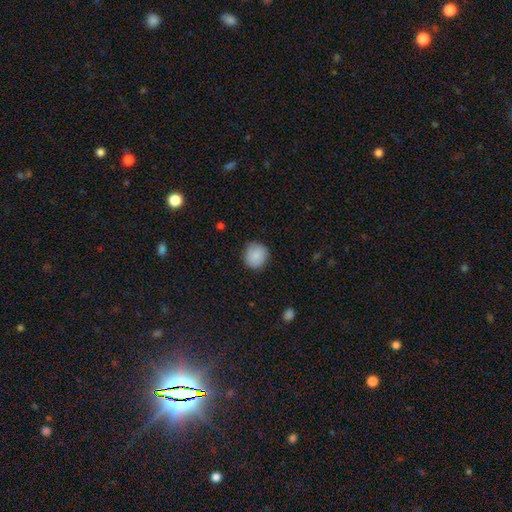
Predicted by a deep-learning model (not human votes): A smooth galaxy with no disk features (87%) that is round (86%). Merging: none (84%).